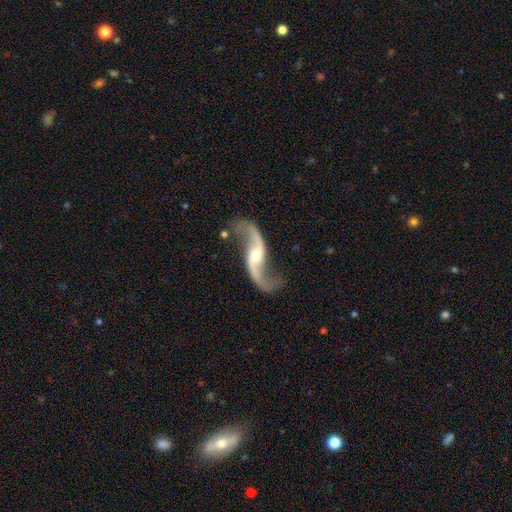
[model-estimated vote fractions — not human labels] smooth_or_featured: featured or disk (p=0.93) [alt: star or artifact p=0.04]
disk_edge_on: no (p=0.96) [alt: yes p=0.04]
bar: no (p=0.45) [alt: weak p=0.34]
has_spiral_arms: yes (p=0.97) [alt: no p=0.03]
spiral_winding: loose (p=0.91) [alt: medium p=0.07]
spiral_arm_count: 2 (p=0.95) [alt: 1 p=0.01]
bulge_size: small (p=0.58) [alt: moderate p=0.36]
merging: none (p=0.77) [alt: minor disturbance p=0.13]